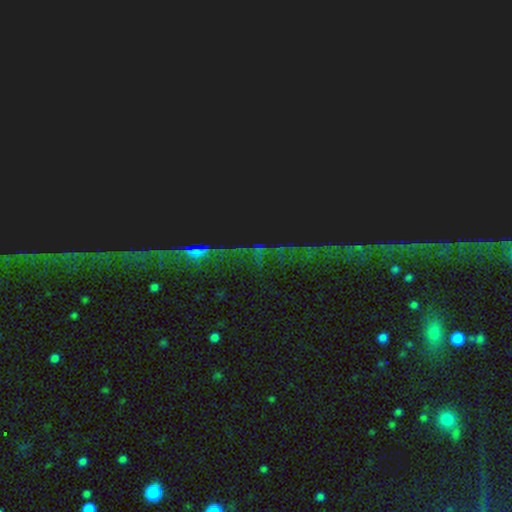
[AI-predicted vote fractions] Q: Smooth or featured?
A: star or artifact (85%); runner-up: featured or disk (9%)